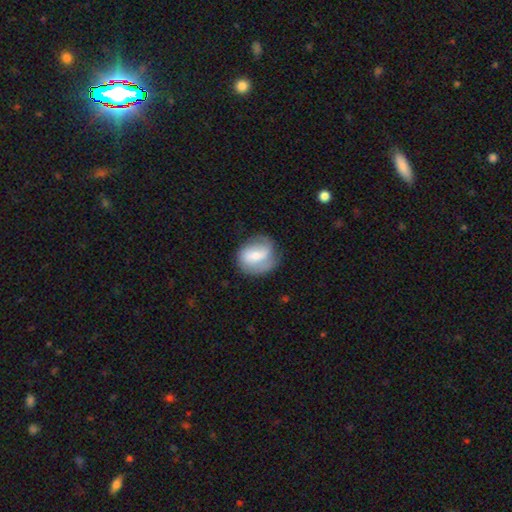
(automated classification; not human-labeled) Smooth or featured? featured or disk (50%)
Merging? none (62%)